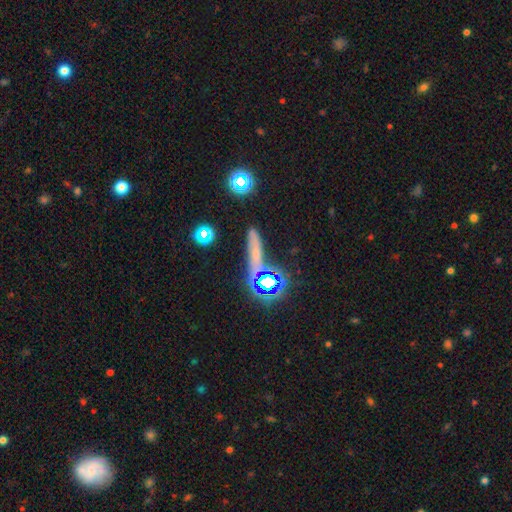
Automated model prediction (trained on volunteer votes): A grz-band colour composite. It shows a smooth galaxy with no disk features (40%). Merging: none (67%).